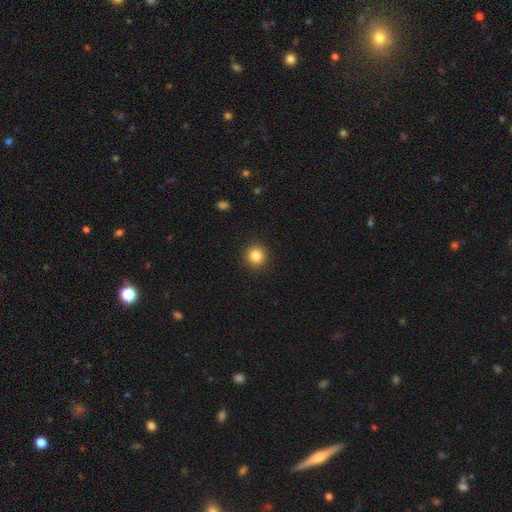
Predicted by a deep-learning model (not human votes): Q: Smooth or featured?
A: smooth (85%); runner-up: star or artifact (11%)
Q: How rounded?
A: round (92%); runner-up: in between (7%)
Q: Merging?
A: none (91%); runner-up: minor disturbance (6%)